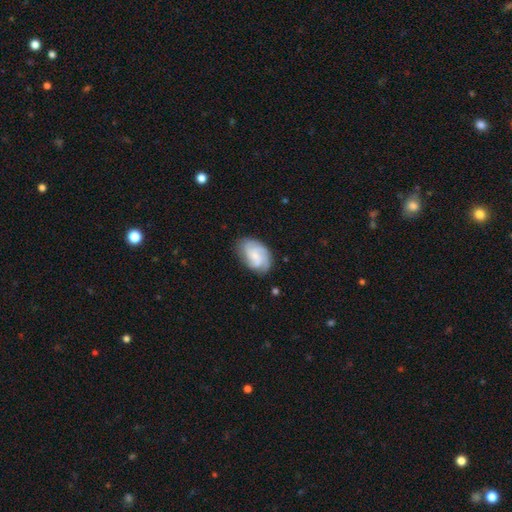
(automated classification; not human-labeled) featured or disk 59%, smooth 34%, star or artifact 7%. Down the decision tree: edge-on disk — no (97%); bar — no (65%); spiral arms — yes (90%); spiral arm count — 3 (33%); spiral winding — tight (46%); bulge size — small (53%); merging — none (71%).